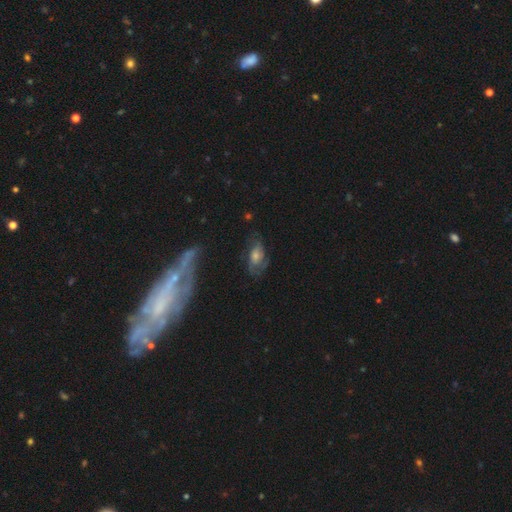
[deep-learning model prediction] smooth-or-featured: featured or disk: 60% | smooth: 29% | star or artifact: 11%
  disk-edge-on: no: 91% | yes: 9%
    bar: no: 65% | weak: 29% | strong: 7%
    has-spiral-arms: yes: 80% | no: 20%
    bulge-size: moderate: 50% | small: 28% | large: 14% | none: 7% | dominant: 2%
  merging: none: 61% | minor disturbance: 21% | major disturbance: 14% | merger: 4%